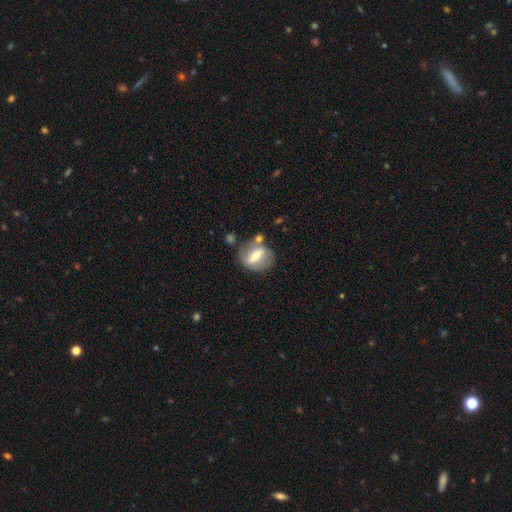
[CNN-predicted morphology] featured or disk 61%, smooth 32%, star or artifact 7%. Down the decision tree: edge-on disk — no (81%); merging — none (72%).